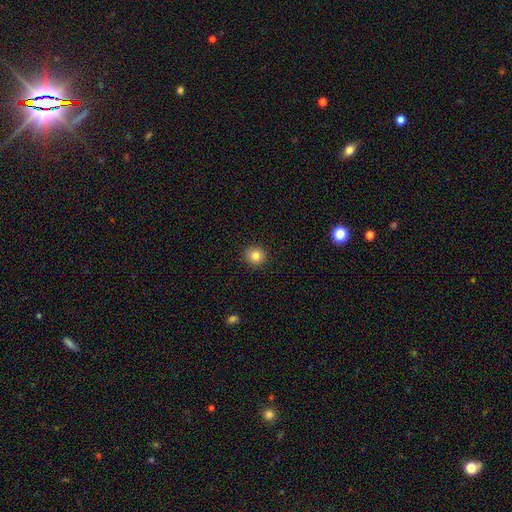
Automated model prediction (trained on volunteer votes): Smooth or featured: smooth — 83% (star or artifact — 11%)
How rounded: round — 93% (in between — 6%)
Merging: none — 92% (minor disturbance — 5%)